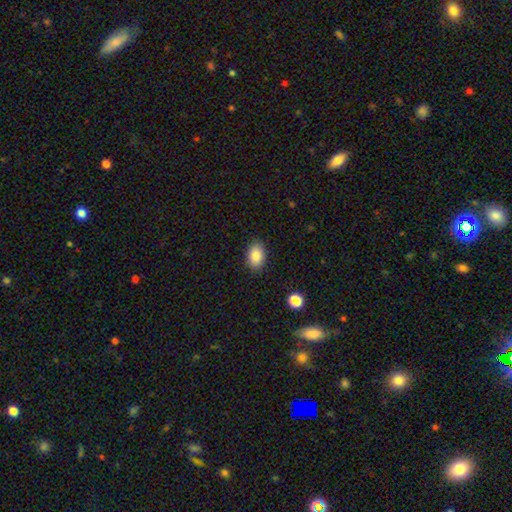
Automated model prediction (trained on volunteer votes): Morphology: type=smooth (87%); roundness=in between (86%); merging=none (87%).